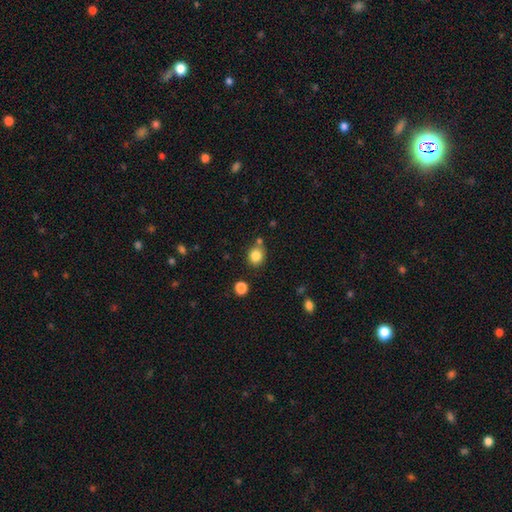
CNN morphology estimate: smooth 84%, star or artifact 11%, featured or disk 5%. Down the decision tree: how rounded — round (79%); merging — none (74%).